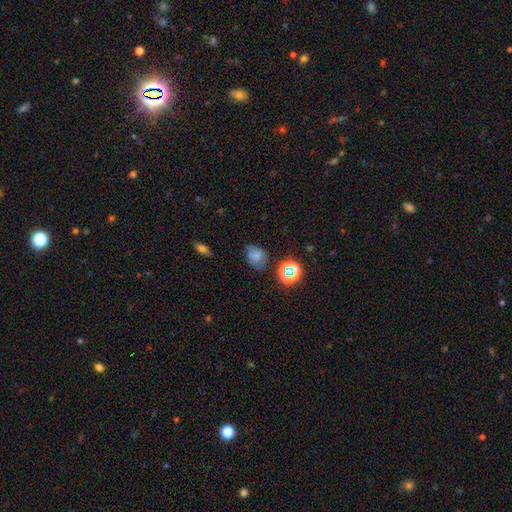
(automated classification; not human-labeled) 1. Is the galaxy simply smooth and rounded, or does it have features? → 70% smooth, 18% star or artifact, 12% featured or disk.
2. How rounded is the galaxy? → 57% in between, 42% round, 1% cigar-shaped.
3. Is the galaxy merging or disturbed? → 67% none, 24% minor disturbance, 6% major disturbance, 3% merger.